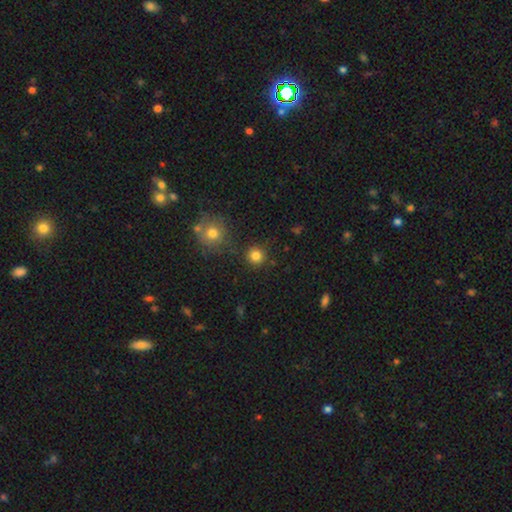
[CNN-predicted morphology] Smooth or featured?
  - smooth: 83% *
  - star or artifact: 13%
  - featured or disk: 4%
How rounded?
  - round: 94% *
  - in between: 5%
  - cigar-shaped: 1%
Merging?
  - none: 86% *
  - minor disturbance: 7%
  - merger: 5%
  - major disturbance: 3%